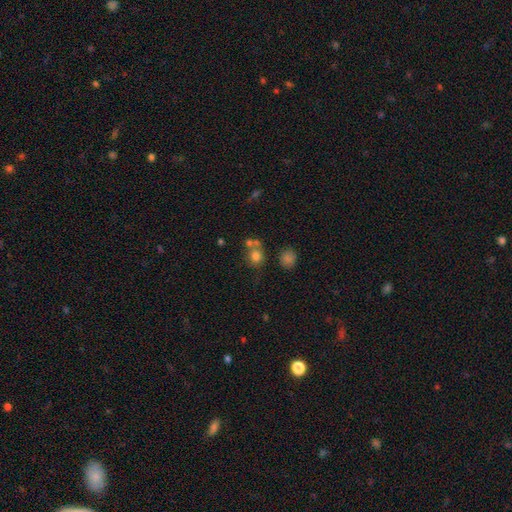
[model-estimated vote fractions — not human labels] The model was most divided on "merging": none: 52%, merger: 32%, minor disturbance: 11%, major disturbance: 5%. More confident: how rounded — round (78%); smooth or featured — smooth (75%).